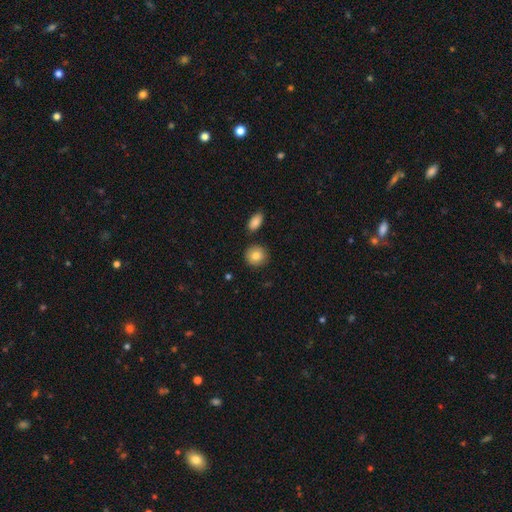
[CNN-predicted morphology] Overall: smooth (83%). How rounded: round (85%). Merging: none (86%).